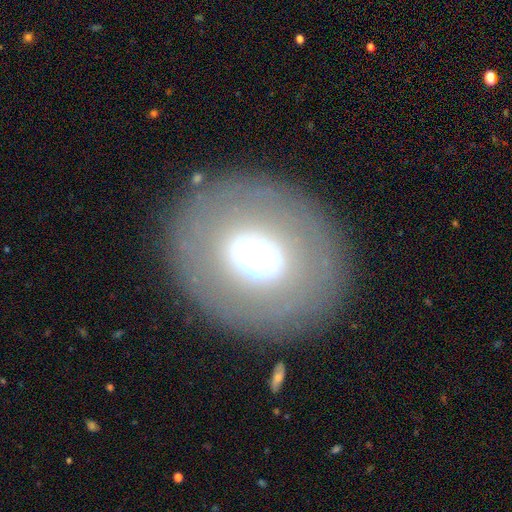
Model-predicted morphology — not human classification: The model was most divided on "smooth or featured": featured or disk: 50%, smooth: 40%, star or artifact: 9%. More confident: edge-on disk — no (93%); merging — none (82%).